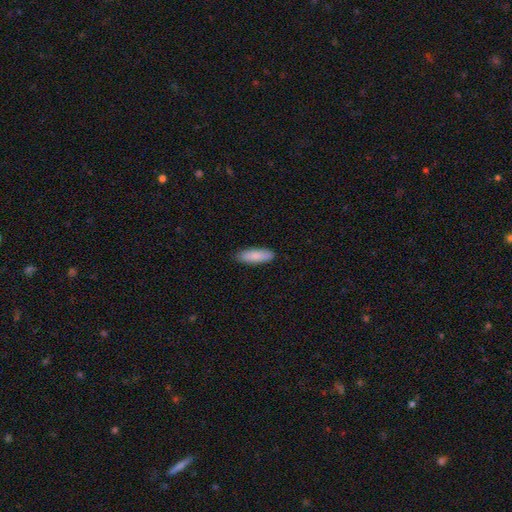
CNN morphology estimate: Q: Smooth or featured?
A: smooth (86%); runner-up: featured or disk (8%)
Q: How rounded?
A: cigar-shaped (53%); runner-up: in between (46%)
Q: Merging?
A: none (88%); runner-up: minor disturbance (9%)